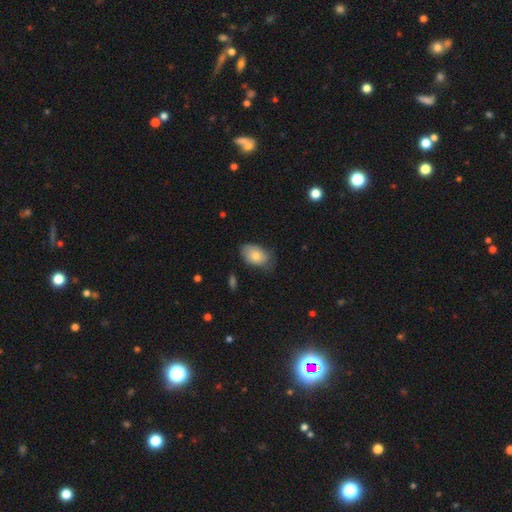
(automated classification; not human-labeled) Overall: smooth (73%). How rounded: in between (87%). Merging: none (59%; minor disturbance 32%).